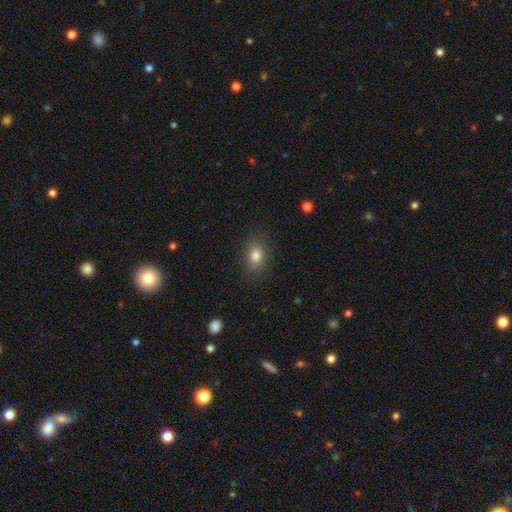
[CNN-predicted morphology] A smooth galaxy with no disk features (81%) that is in between round and cigar-shaped (69%). Merging: none (85%).